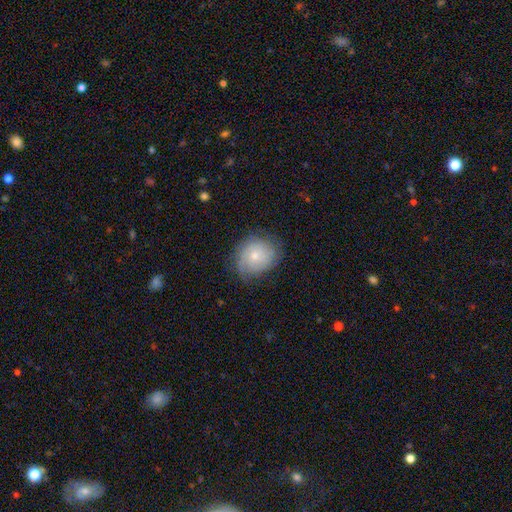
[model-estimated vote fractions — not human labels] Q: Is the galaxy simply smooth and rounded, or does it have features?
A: smooth — 55%.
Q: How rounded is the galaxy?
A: round — 66%.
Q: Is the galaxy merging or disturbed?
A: none — 67%.